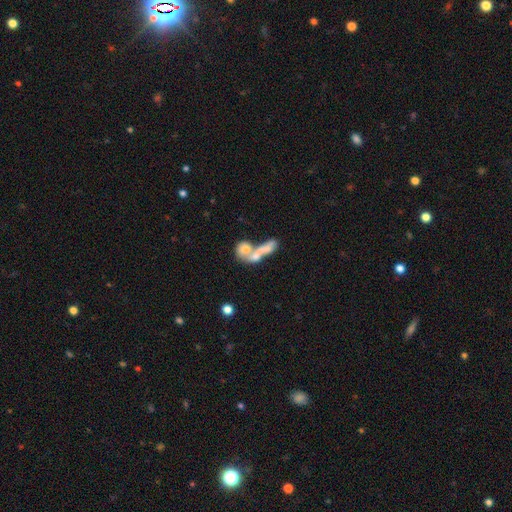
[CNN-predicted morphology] smooth-or-featured: smooth: 60% | featured or disk: 30% | star or artifact: 10%
  how-rounded: in between: 48% | cigar-shaped: 28% | round: 24%
  merging: merger: 67% | none: 17% | major disturbance: 9% | minor disturbance: 7%